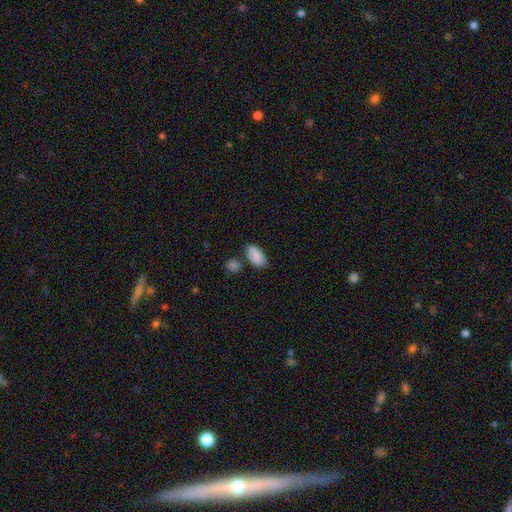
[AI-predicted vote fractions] Smooth or featured: smooth — 87% (star or artifact — 7%)
How rounded: in between — 92% (cigar-shaped — 4%)
Merging: none — 66% (minor disturbance — 17%)